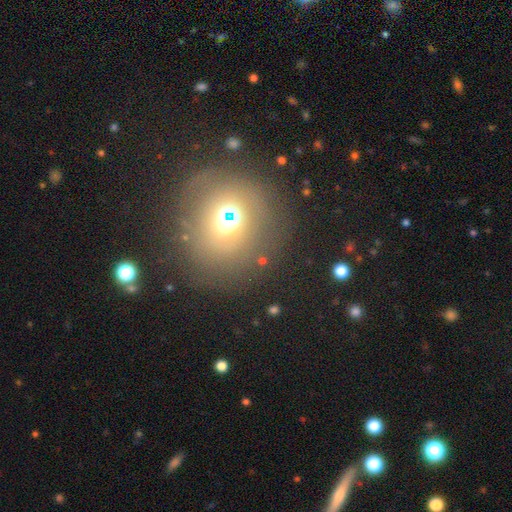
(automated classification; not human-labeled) Smooth or featured? Predicted: smooth (p=0.45). Merging? Predicted: none (p=0.72).